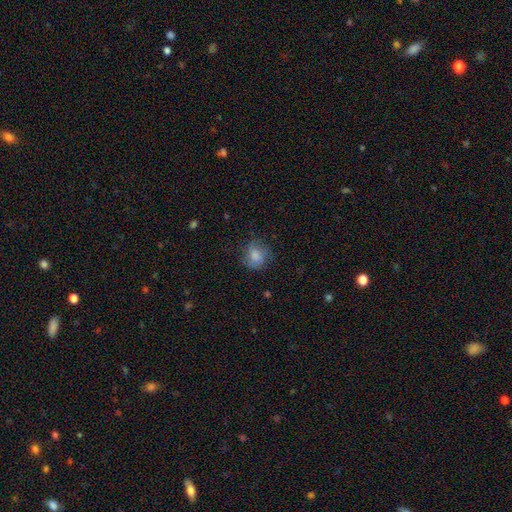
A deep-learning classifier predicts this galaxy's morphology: smooth 76%, featured or disk 15%, star or artifact 9%. Down the decision tree: how rounded — round (70%); merging — none (68%).